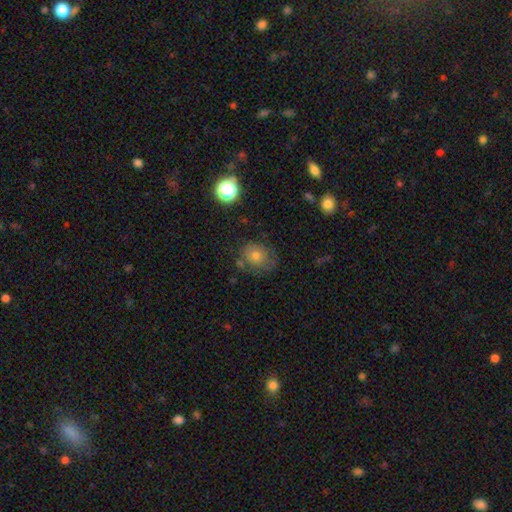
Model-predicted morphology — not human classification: Smooth or featured?
  - smooth: 65% *
  - featured or disk: 19%
  - star or artifact: 16%
How rounded?
  - round: 71% *
  - in between: 28%
  - cigar-shaped: 1%
Merging?
  - none: 68% *
  - minor disturbance: 20%
  - major disturbance: 7%
  - merger: 5%